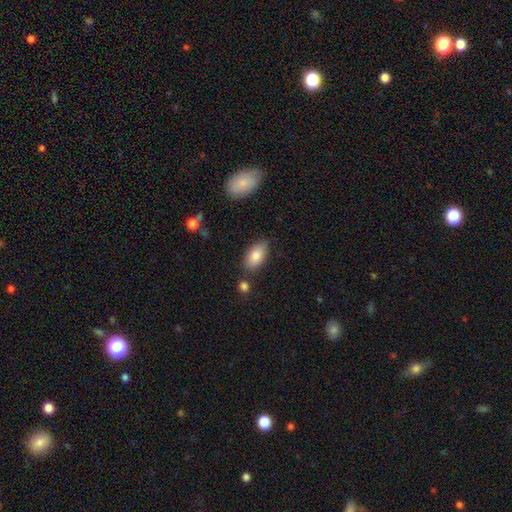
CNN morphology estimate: Smooth or featured? smooth (82%)
How rounded? in between (92%)
Merging? none (77%)